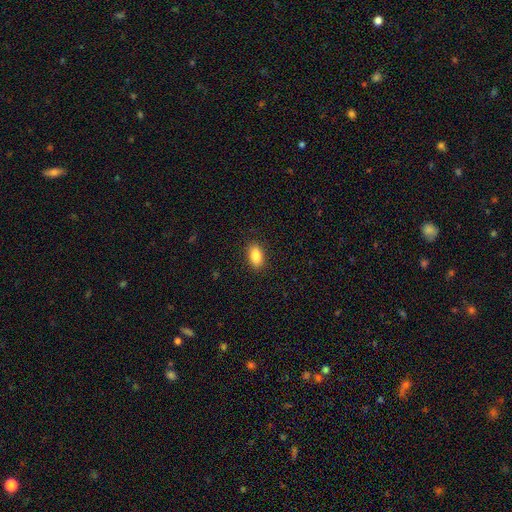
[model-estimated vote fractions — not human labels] Smooth or featured? Predicted: smooth (p=0.88). How rounded? Predicted: in between (p=0.91). Merging? Predicted: none (p=0.88).